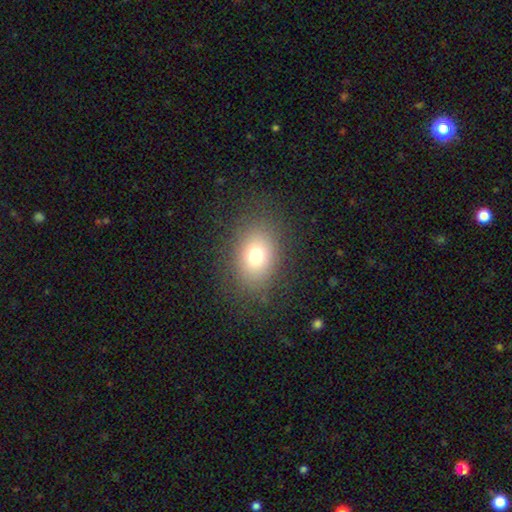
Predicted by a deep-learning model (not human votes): Smooth or featured: smooth — 75% (star or artifact — 13%)
How rounded: in between — 70% (round — 29%)
Merging: none — 83% (minor disturbance — 11%)